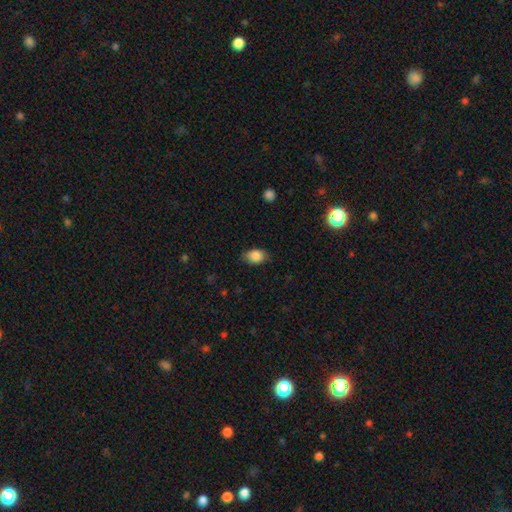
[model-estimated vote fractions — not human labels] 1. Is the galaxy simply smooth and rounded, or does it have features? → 87% smooth, 8% star or artifact, 6% featured or disk.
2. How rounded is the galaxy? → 79% in between, 20% round, 1% cigar-shaped.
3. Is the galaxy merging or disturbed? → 78% none, 17% minor disturbance, 4% major disturbance, 1% merger.